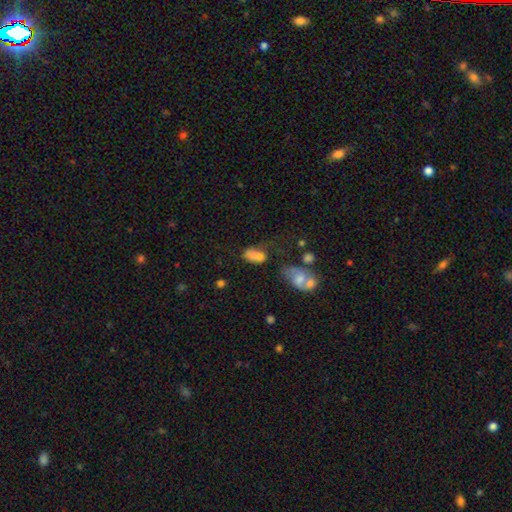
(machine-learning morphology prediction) This appears to be a smooth galaxy with no disk features (71%) that is in between round and cigar-shaped (88%). Merging: none (32%).